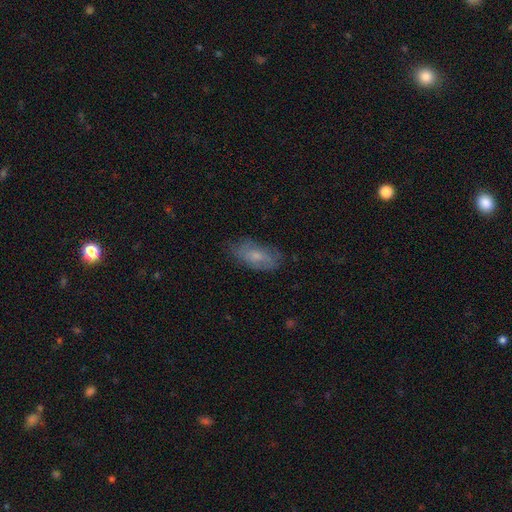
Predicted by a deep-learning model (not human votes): A smooth galaxy with no disk features (62%) that is in between round and cigar-shaped (86%). Merging: none (72%).